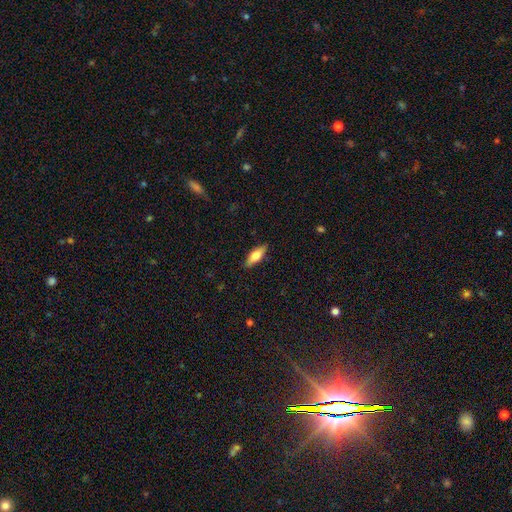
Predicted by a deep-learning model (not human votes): Q: Smooth or featured?
A: smooth (62%); runner-up: featured or disk (32%)
Q: How rounded?
A: in between (62%); runner-up: cigar-shaped (36%)
Q: Merging?
A: none (88%); runner-up: minor disturbance (9%)